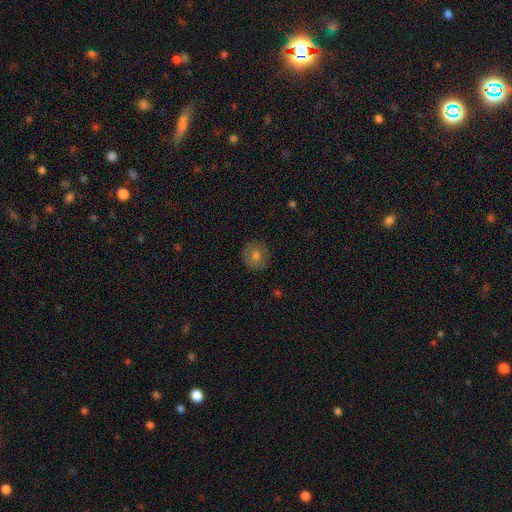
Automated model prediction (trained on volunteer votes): This is likely a smooth galaxy (69%). How rounded: clearly round (93%). Merging: clearly none (90%).